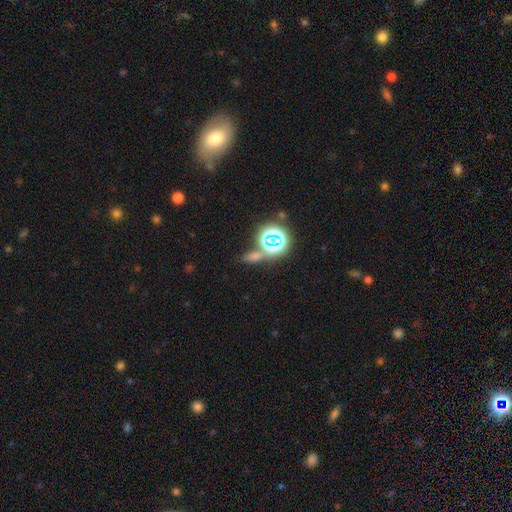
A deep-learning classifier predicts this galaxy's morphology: The model was most divided on "smooth or featured": star or artifact: 54%, smooth: 36%, featured or disk: 11%.